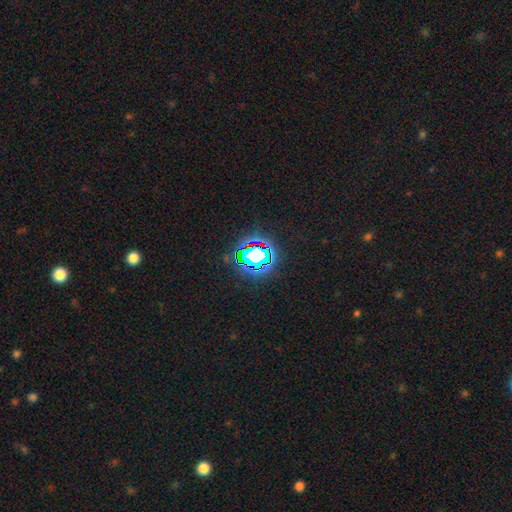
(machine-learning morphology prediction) type=star or artifact (65%).